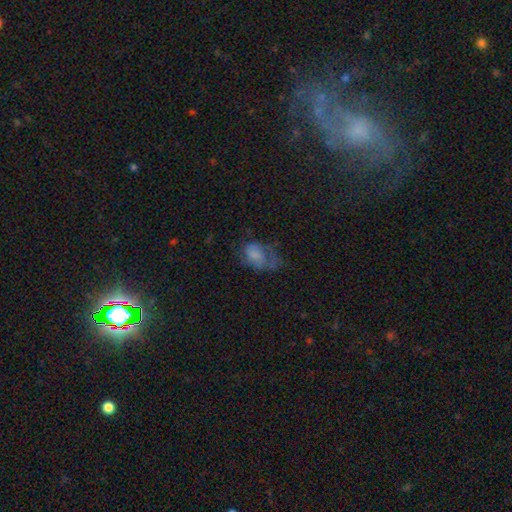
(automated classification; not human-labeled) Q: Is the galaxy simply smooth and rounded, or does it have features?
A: smooth — 50%.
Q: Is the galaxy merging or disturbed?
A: major disturbance — 36%.